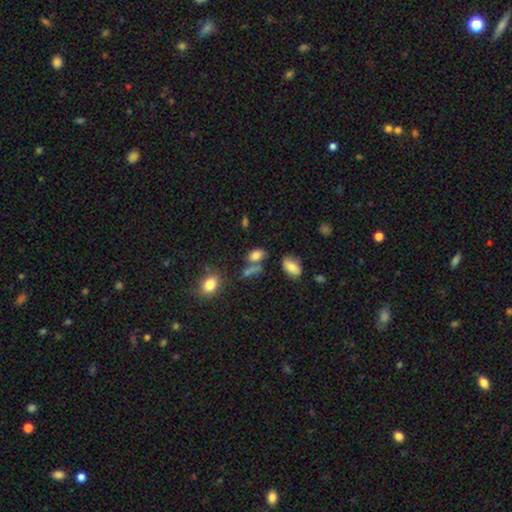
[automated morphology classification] A smooth galaxy with no disk features (77%) that is in between round and cigar-shaped (77%). Merging: none (51%).